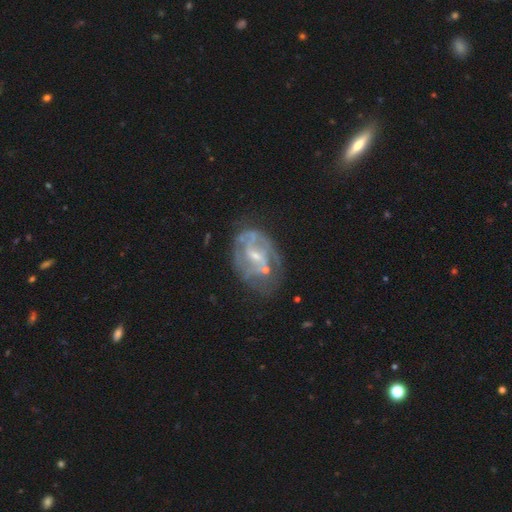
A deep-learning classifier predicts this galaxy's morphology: type=featured or disk (77%); edge-on=no (97%); bar=weak (48%); spiral arms=yes (68%); winding=medium (41%); arm count=can't tell (41%); bulge=small (58%); merging=none (48%).